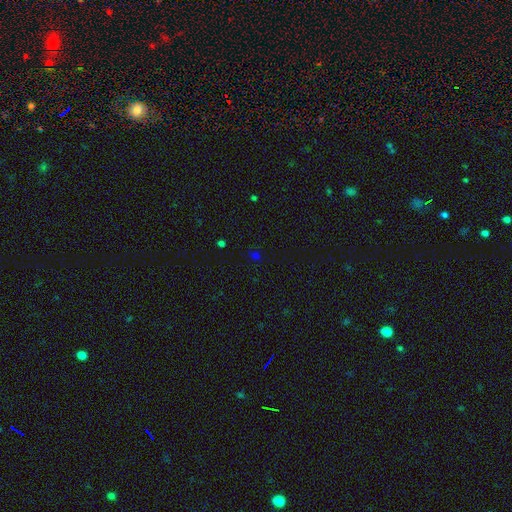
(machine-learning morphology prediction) A star or artifact, not a galaxy (52%).

Vote fractions:
- Smooth or featured? star or artifact: 52% / smooth: 41% / featured or disk: 6%